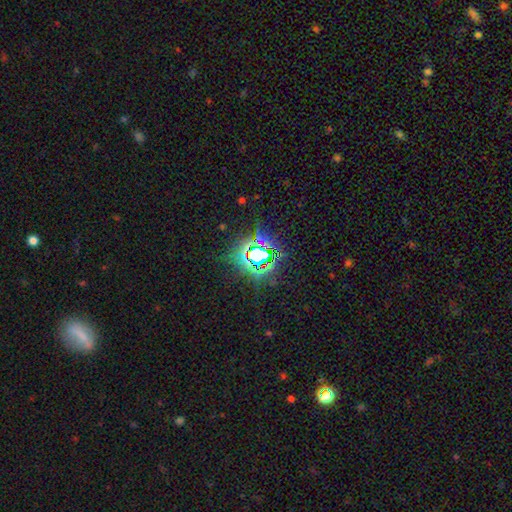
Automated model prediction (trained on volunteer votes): star or artifact 80%, smooth 11%, featured or disk 8%.